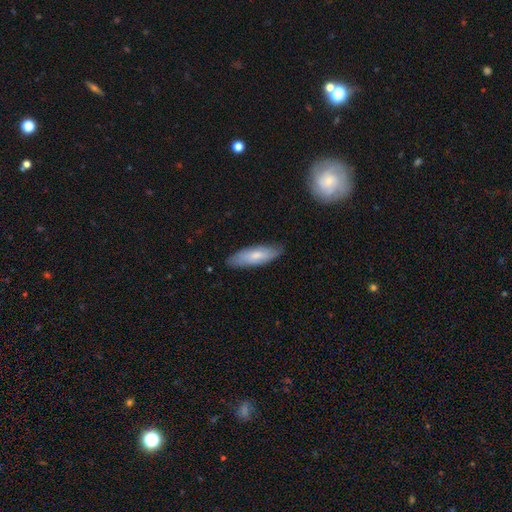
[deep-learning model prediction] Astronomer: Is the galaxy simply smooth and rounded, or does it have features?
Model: smooth — 65%.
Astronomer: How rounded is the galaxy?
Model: in between — 54% (runner-up: cigar-shaped, 44%).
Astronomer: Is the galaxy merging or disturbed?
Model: none — 81%.